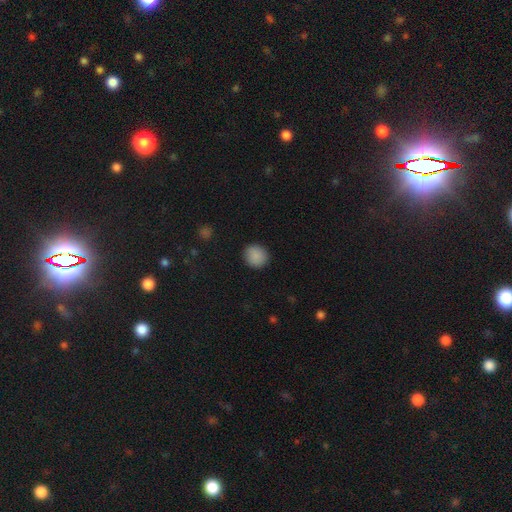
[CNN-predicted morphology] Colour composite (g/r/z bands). It shows a smooth galaxy with no disk features (89%) that is round (87%). Merging: none (90%).